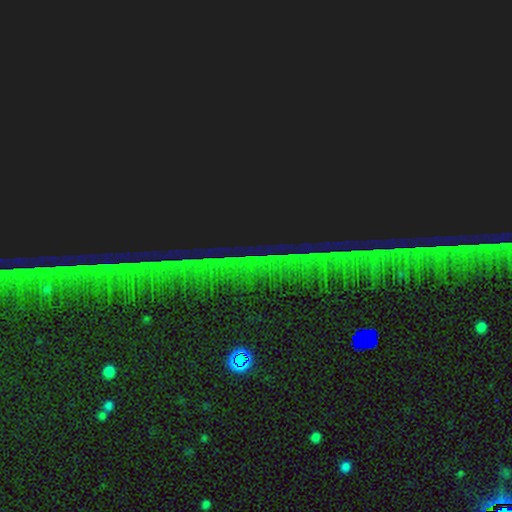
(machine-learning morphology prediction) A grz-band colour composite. It shows a star or artifact, not a galaxy (85%).